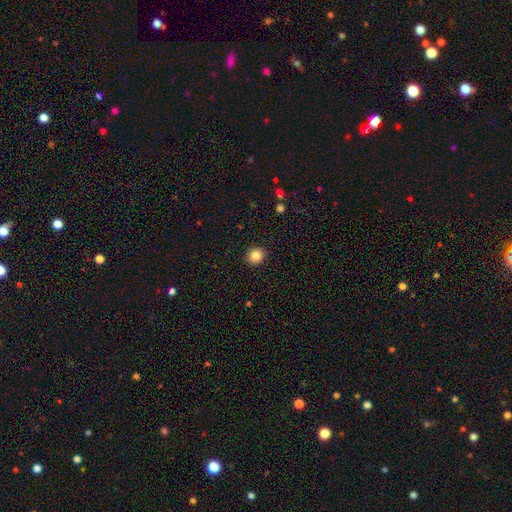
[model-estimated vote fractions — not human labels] Smooth or featured: smooth — 84% (star or artifact — 11%)
How rounded: round — 87% (in between — 12%)
Merging: none — 92% (minor disturbance — 5%)